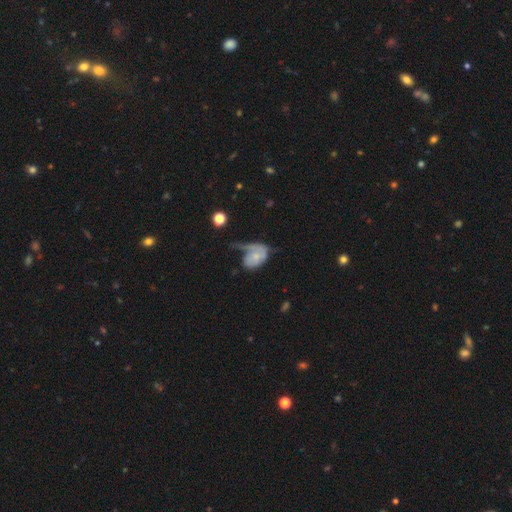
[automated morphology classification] smooth 50%, featured or disk 42%, star or artifact 8%. Down the decision tree: how rounded — in between (76%); merging — major disturbance (49%).